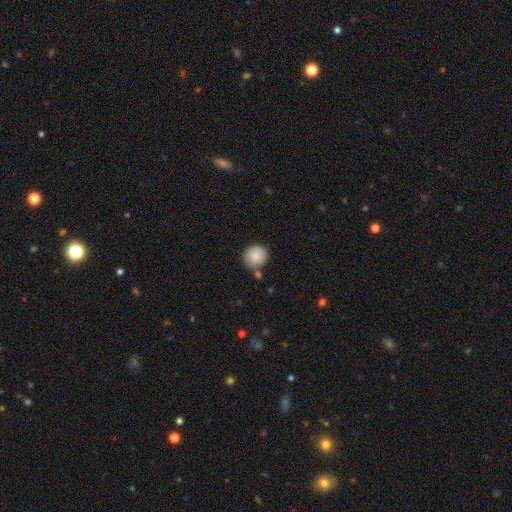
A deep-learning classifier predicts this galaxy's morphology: Smooth or featured? Predicted: smooth (p=0.87). How rounded? Predicted: round (p=0.92). Merging? Predicted: none (p=0.75).